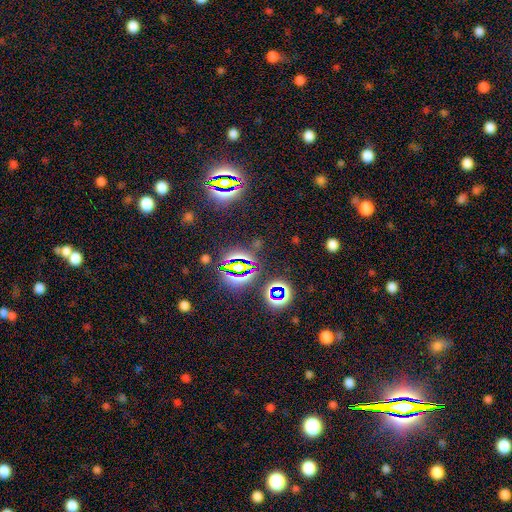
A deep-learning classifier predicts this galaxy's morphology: Overall: star or artifact (81%).